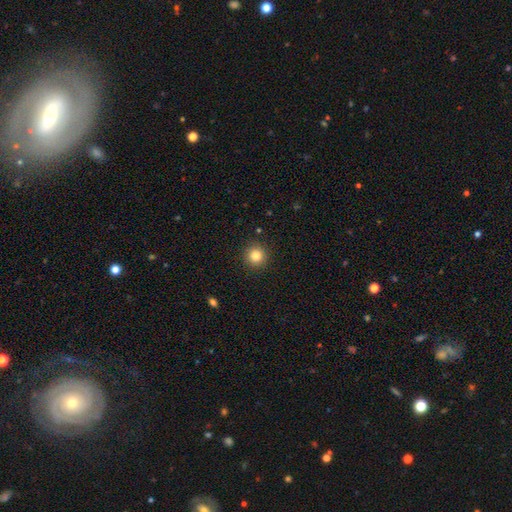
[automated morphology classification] The model was most divided on "smooth or featured": smooth: 82%, star or artifact: 11%, featured or disk: 6%. More confident: how rounded — round (95%); merging — none (92%).